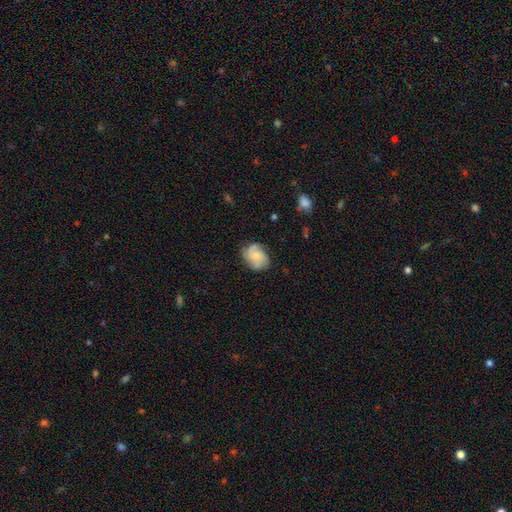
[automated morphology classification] Q: Smooth or featured?
A: featured or disk (60%); runner-up: smooth (32%)
Q: Edge-on disk?
A: no (98%); runner-up: yes (2%)
Q: Bar?
A: no (76%); runner-up: weak (21%)
Q: Spiral arms?
A: yes (91%); runner-up: no (9%)
Q: Spiral winding?
A: medium (45%); runner-up: tight (33%)
Q: Spiral arm count?
A: 3 (46%); runner-up: can't tell (17%)
Q: Bulge size?
A: small (55%); runner-up: moderate (32%)
Q: Merging?
A: none (70%); runner-up: minor disturbance (21%)